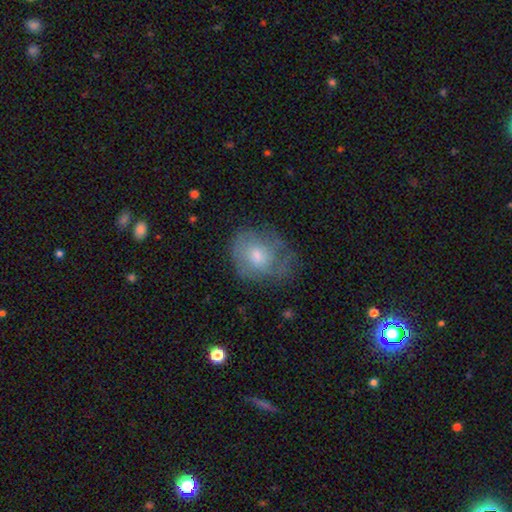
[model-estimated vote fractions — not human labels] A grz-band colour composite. It shows a smooth galaxy with no disk features (58%) that is round (58%). Merging: none (46%).